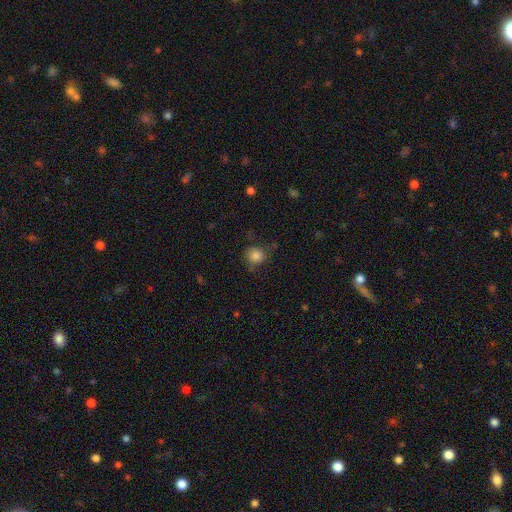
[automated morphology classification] A smooth galaxy with no disk features (83%) that is round (86%). Merging: none (72%).